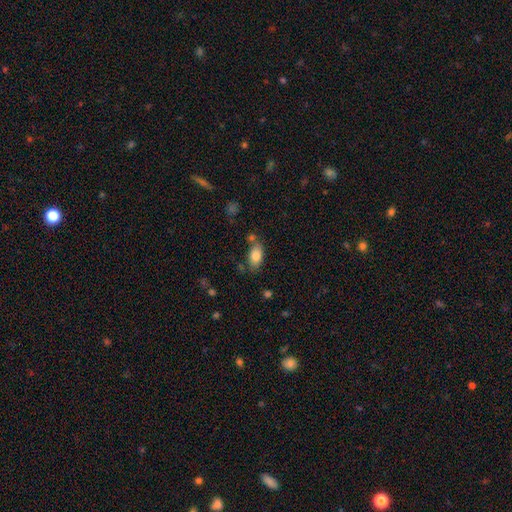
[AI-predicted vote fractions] Morphology: type=smooth (81%); roundness=in between (91%); merging=none (66%).